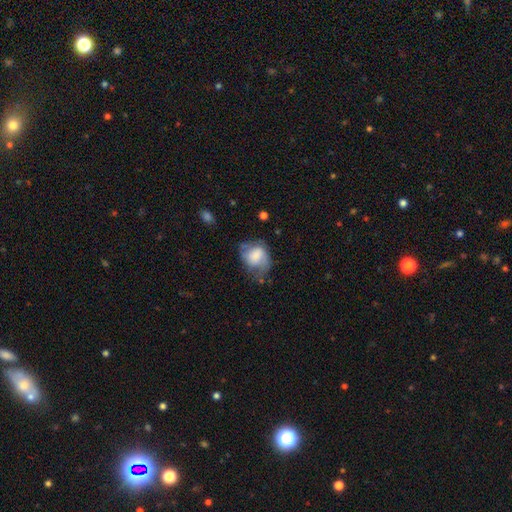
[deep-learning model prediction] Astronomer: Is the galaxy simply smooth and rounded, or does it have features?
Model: smooth — 63%.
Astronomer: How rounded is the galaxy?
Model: in between — 56% (runner-up: round, 43%).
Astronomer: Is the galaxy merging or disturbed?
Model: none — 39% (runner-up: minor disturbance, 33%).